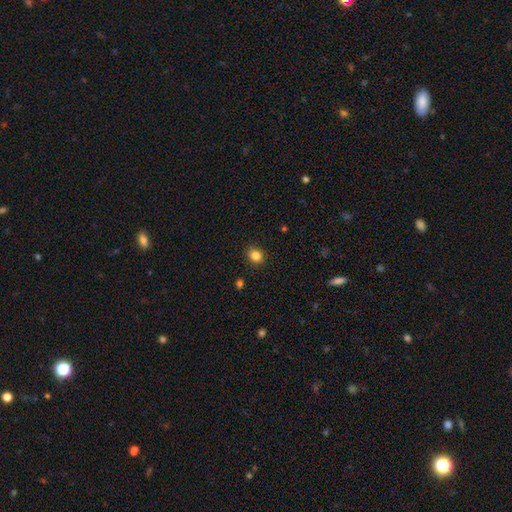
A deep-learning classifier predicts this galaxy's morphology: Smooth or featured? smooth (84%)
How rounded? round (68%)
Merging? none (89%)